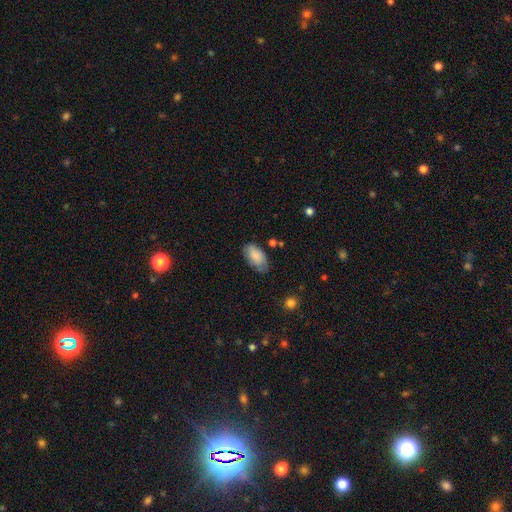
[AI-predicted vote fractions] Overall: smooth (81%). How rounded: in between (94%). Merging: none (67%).